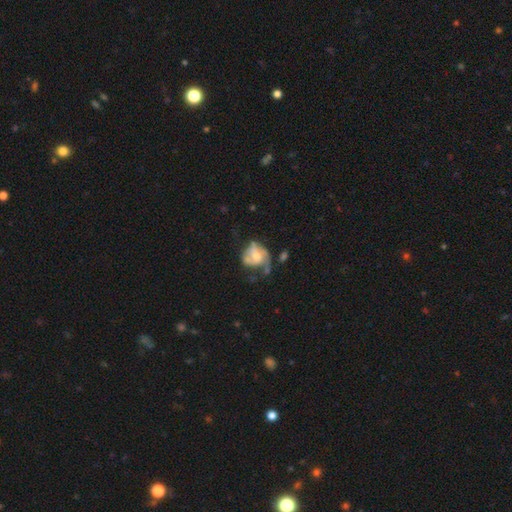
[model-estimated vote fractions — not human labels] A featured or disk galaxy (60%) with no bar (66%), spiral arms (70%) and a moderate central bulge (43%). Merging: major disturbance (33%).